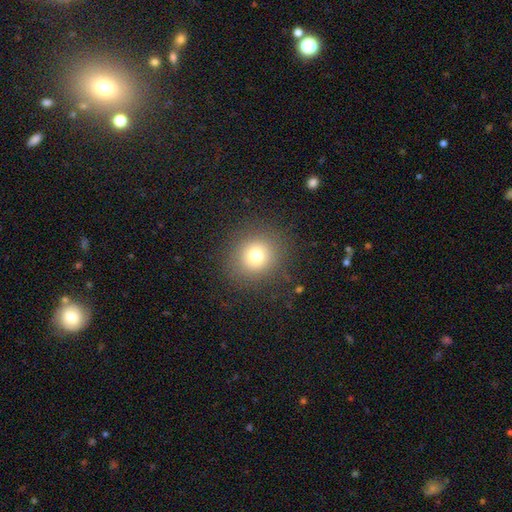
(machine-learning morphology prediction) A smooth galaxy with no disk features (74%) that is round (89%). Merging: none (87%).